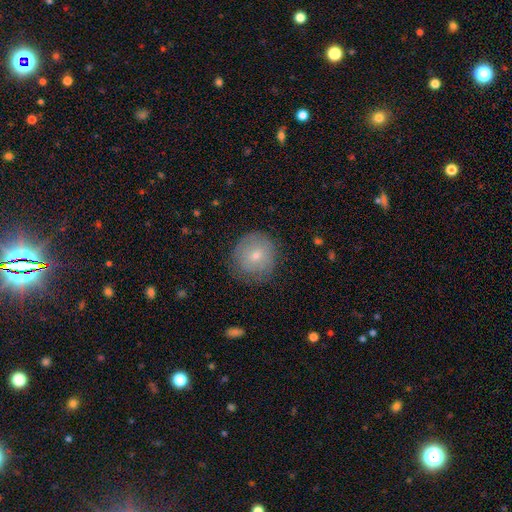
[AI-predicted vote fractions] smooth 62%, featured or disk 31%, star or artifact 7%. Down the decision tree: how rounded — round (89%); merging — none (75%).